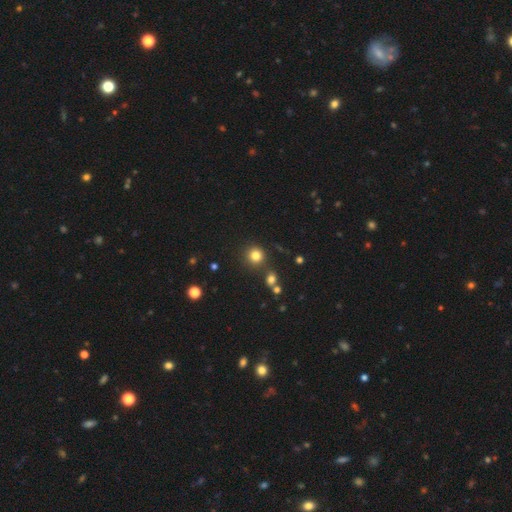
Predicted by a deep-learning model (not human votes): smooth 81%, star or artifact 14%, featured or disk 6%. Down the decision tree: how rounded — round (92%); merging — none (83%).